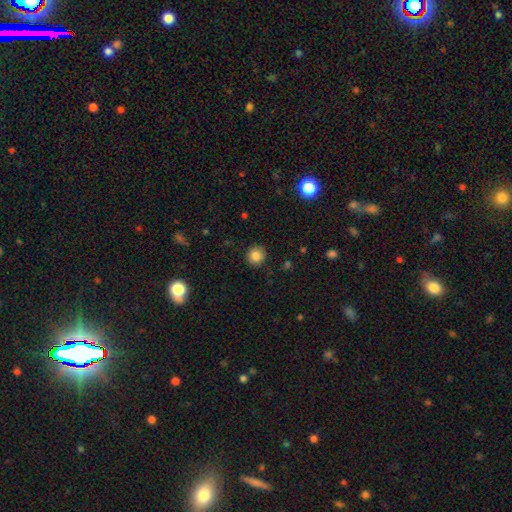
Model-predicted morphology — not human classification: smooth 84%, star or artifact 11%, featured or disk 5%. Down the decision tree: how rounded — round (92%); merging — none (91%).